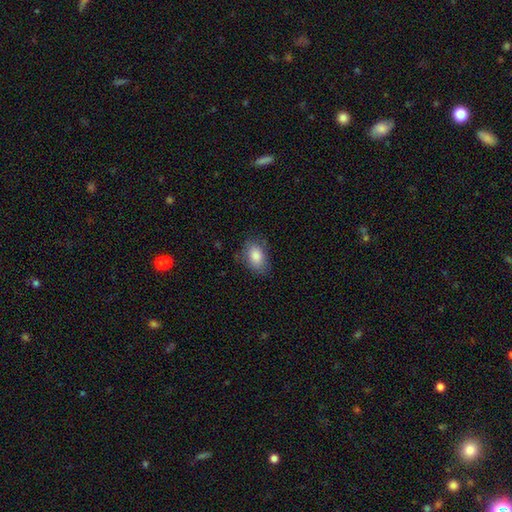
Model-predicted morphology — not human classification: Smooth or featured: smooth — 84% (featured or disk — 8%)
How rounded: in between — 84% (round — 14%)
Merging: none — 73% (minor disturbance — 20%)